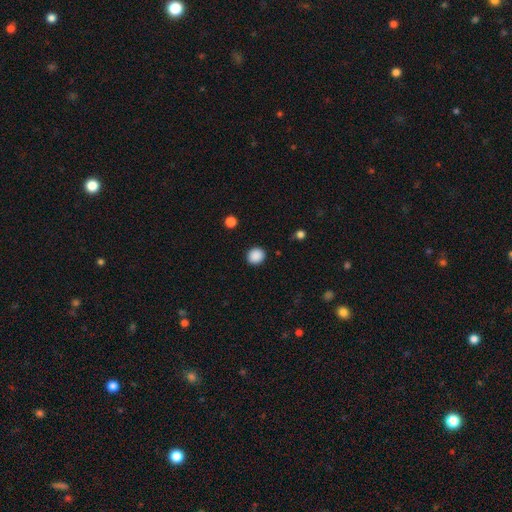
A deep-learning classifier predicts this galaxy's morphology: type=smooth (89%); roundness=round (84%); merging=none (90%).